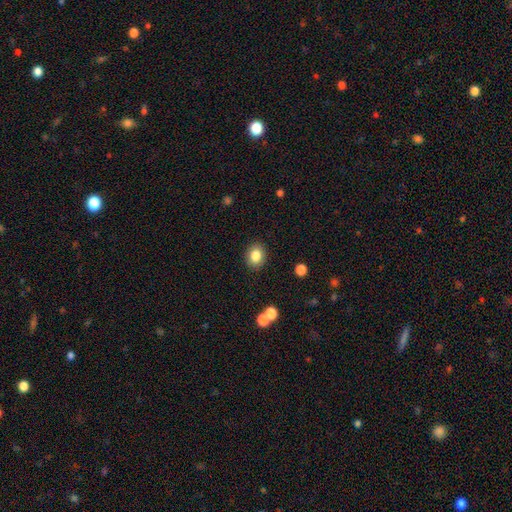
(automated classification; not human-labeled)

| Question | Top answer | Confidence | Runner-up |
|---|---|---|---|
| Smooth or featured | smooth | 84% | star or artifact (9%) |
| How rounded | round | 54% | in between (45%) |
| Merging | none | 89% | minor disturbance (7%) |